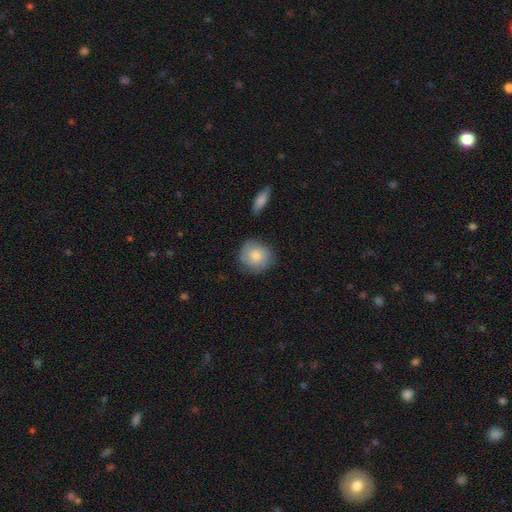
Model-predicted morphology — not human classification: Q: Smooth or featured?
A: smooth (75%); runner-up: featured or disk (18%)
Q: How rounded?
A: round (87%); runner-up: in between (12%)
Q: Merging?
A: none (77%); runner-up: minor disturbance (17%)